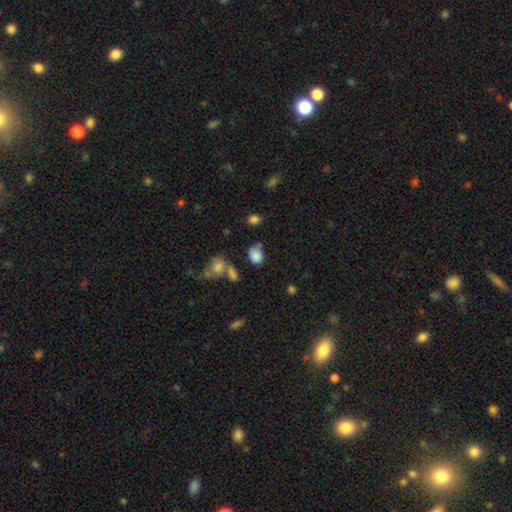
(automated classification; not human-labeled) Q: Smooth or featured?
A: smooth (83%); runner-up: star or artifact (11%)
Q: How rounded?
A: in between (55%); runner-up: round (44%)
Q: Merging?
A: none (50%); runner-up: minor disturbance (27%)